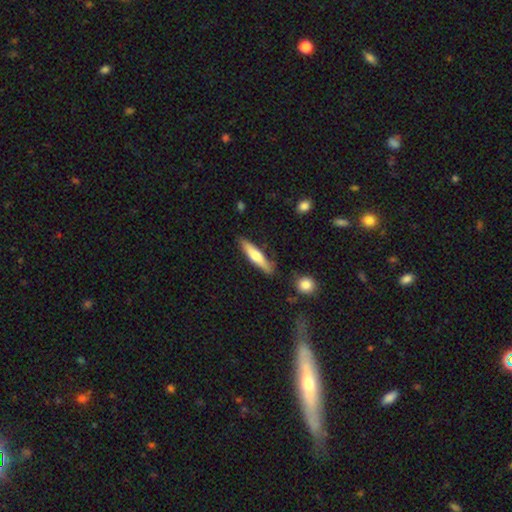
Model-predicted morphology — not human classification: A smooth galaxy with no disk features (61%) that is cigar-shaped (82%). Merging: none (81%).